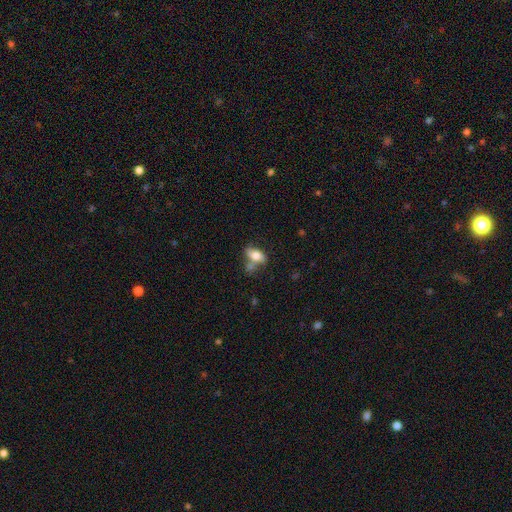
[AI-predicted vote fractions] Overall: smooth (65%; featured or disk 25%). How rounded: in between (83%). Merging: none (38%; merger 28%).